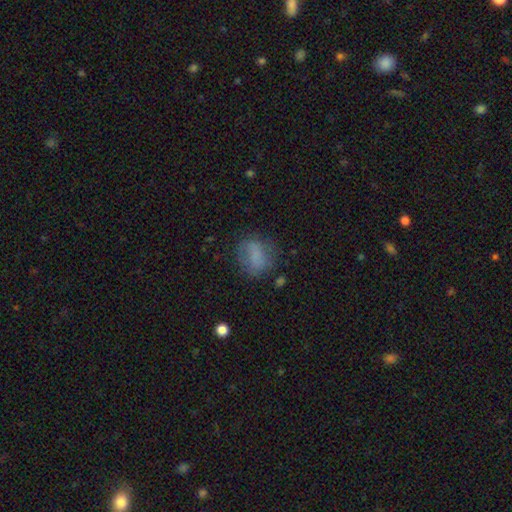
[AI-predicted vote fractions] A smooth galaxy with no disk features (69%) that is in between round and cigar-shaped (54%).

Vote fractions:
- Smooth or featured? smooth: 69% / featured or disk: 20% / star or artifact: 11%
- How rounded? in between: 54% / round: 43% / cigar-shaped: 3%
- Merging? none: 62% / minor disturbance: 22% / major disturbance: 13% / merger: 3%